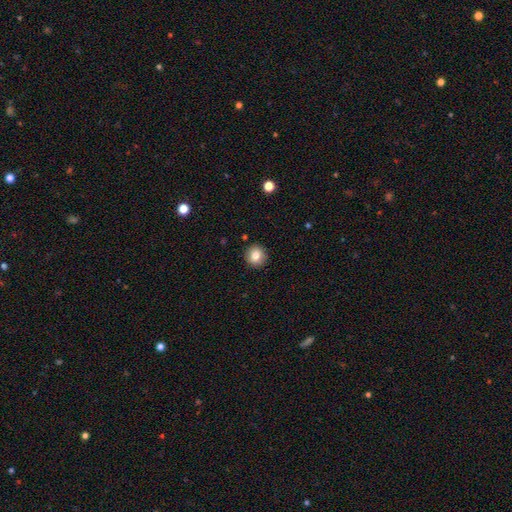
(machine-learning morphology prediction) A smooth galaxy with no disk features (83%) that is round (94%). Merging: none (92%).